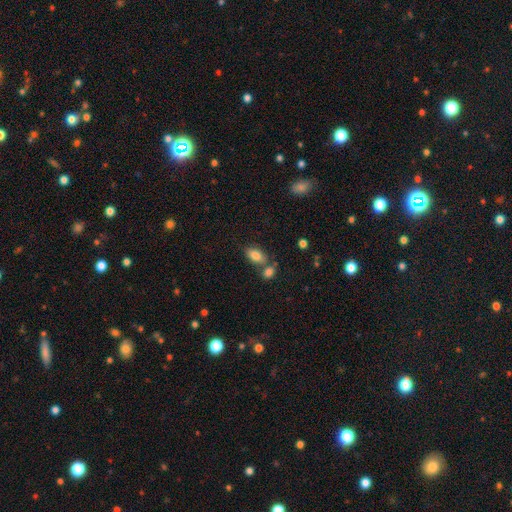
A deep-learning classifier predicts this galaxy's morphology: Smooth or featured? smooth (82%)
How rounded? in between (89%)
Merging? none (56%)